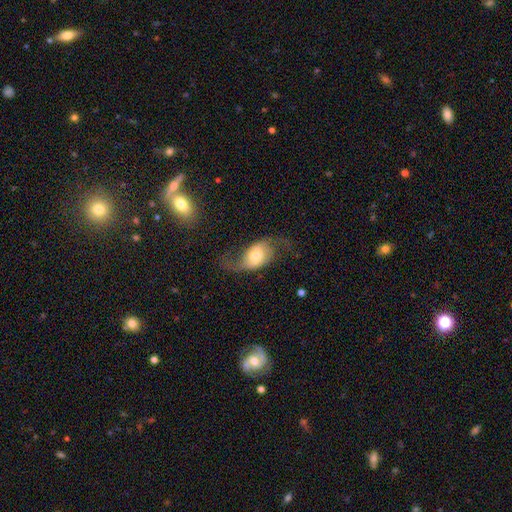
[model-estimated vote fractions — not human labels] This appears to be a featured or disk galaxy (67%) with no bar (55%), 2 (89%) loose (80%) spiral arms (90%) and a moderate central bulge (55%). Merging: none (55%).